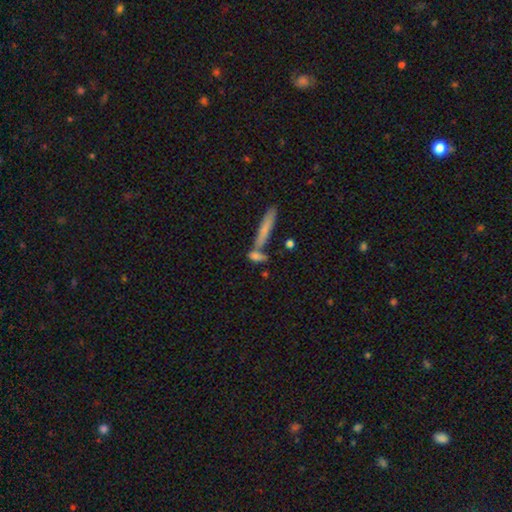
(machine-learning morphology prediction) Smooth or featured: smooth — 71% (featured or disk — 20%)
How rounded: cigar-shaped — 58% (in between — 36%)
Merging: none — 50% (merger — 31%)